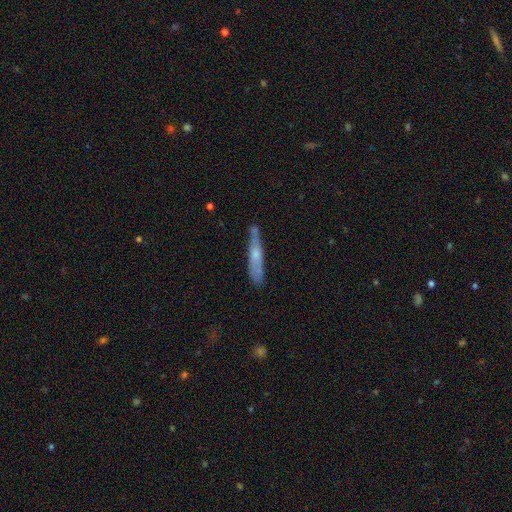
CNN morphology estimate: This appears to be a smooth galaxy with no disk features (47%). Merging: none (67%).